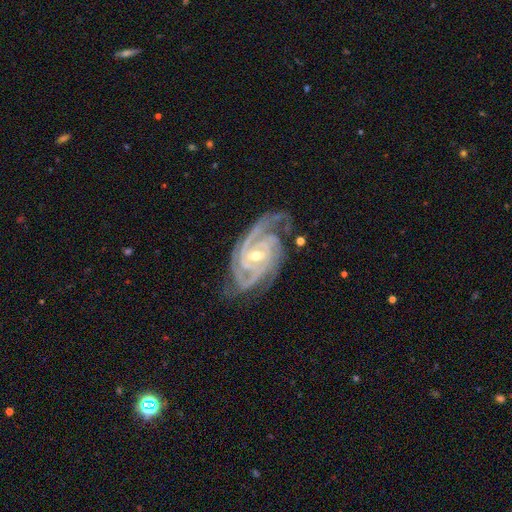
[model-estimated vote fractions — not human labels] A featured or disk galaxy (93%) with a weak bar (44%), 3 (44%) tight (70%) spiral arms (99%) and a small central bulge (51%). Merging: none (70%).